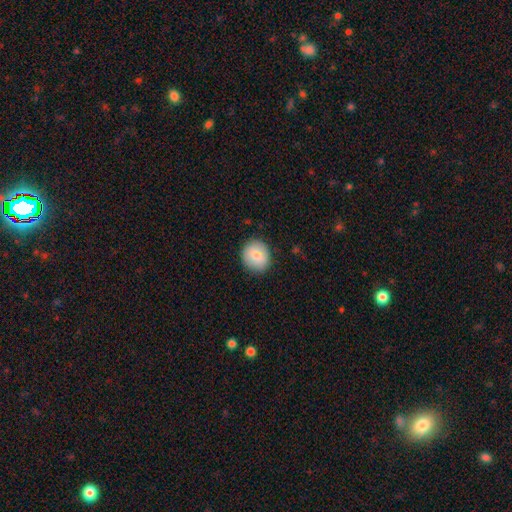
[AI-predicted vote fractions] smooth 81%, featured or disk 12%, star or artifact 7%. Down the decision tree: how rounded — round (80%); merging — none (87%).